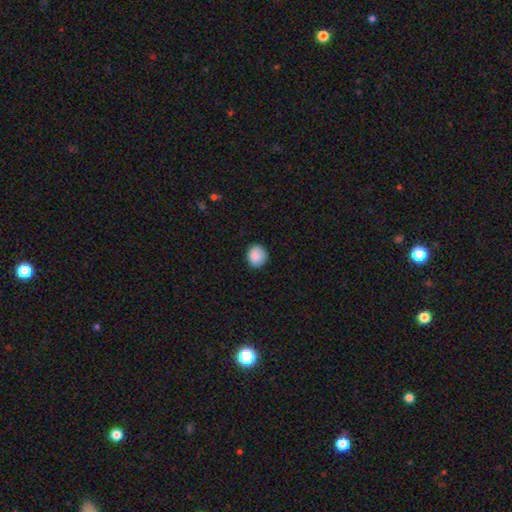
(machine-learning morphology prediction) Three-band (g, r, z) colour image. It shows a smooth galaxy with no disk features (88%) that is round (77%). Merging: none (85%).